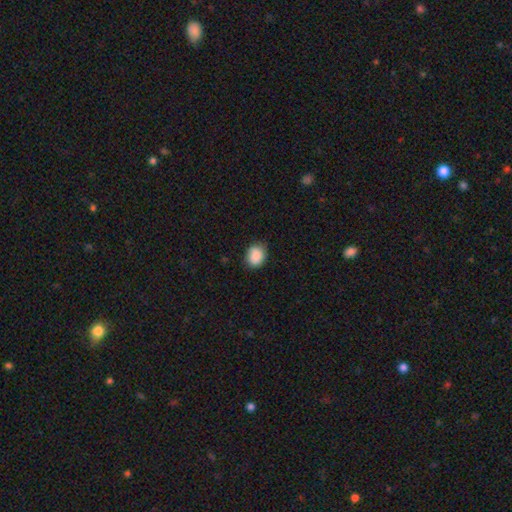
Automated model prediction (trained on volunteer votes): A smooth galaxy with no disk features (85%) that is round (51%). Merging: none (74%).